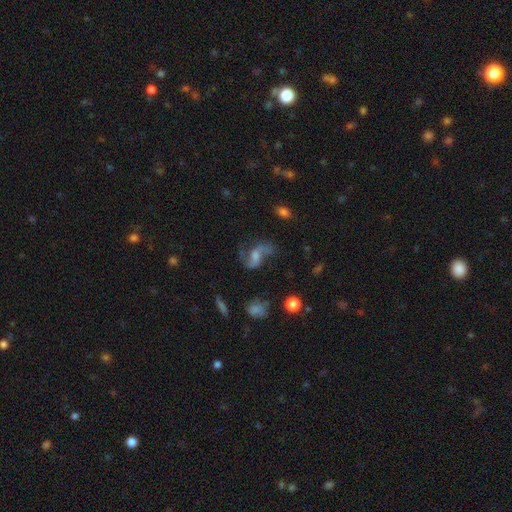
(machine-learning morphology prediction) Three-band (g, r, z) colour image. It shows a featured or disk galaxy (74%) with no bar (45%), 2 (87%) loose (72%) spiral arms (90%) and a moderate central bulge (34%). Merging: none (52%).